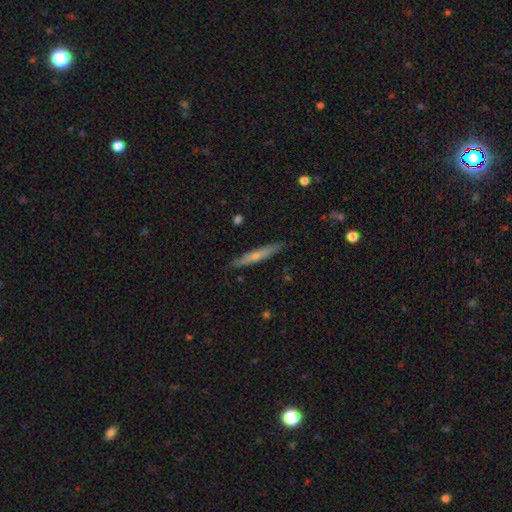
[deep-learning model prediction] Morphology: type=featured or disk (53%); edge-on=yes (93%); merging=none (89%).